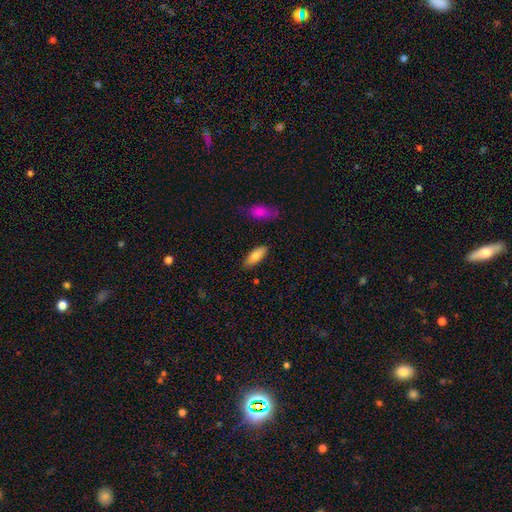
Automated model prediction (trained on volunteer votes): Smooth or featured? smooth (80%)
How rounded? in between (72%)
Merging? none (83%)